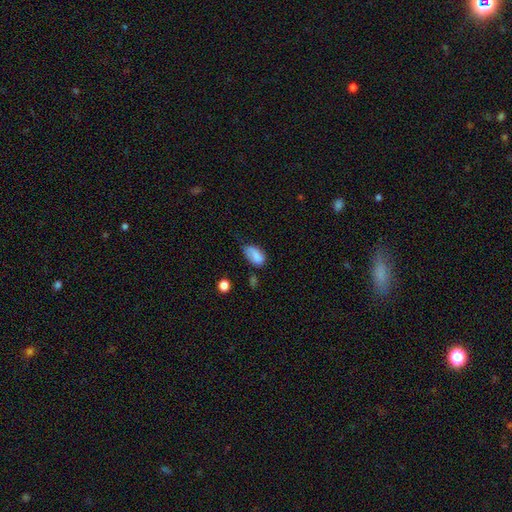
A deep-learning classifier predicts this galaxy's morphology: smooth-or-featured: smooth: 80% | featured or disk: 12% | star or artifact: 8%
  how-rounded: in between: 90% | round: 7% | cigar-shaped: 2%
  merging: none: 46% | minor disturbance: 38% | major disturbance: 11% | merger: 4%